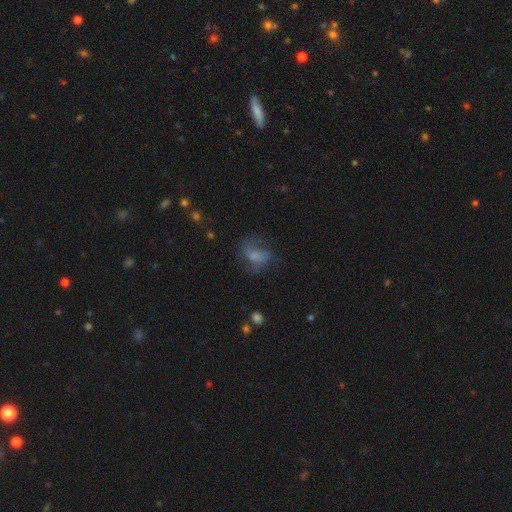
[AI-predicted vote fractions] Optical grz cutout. It shows a featured or disk galaxy (46%). Merging: none (41%).